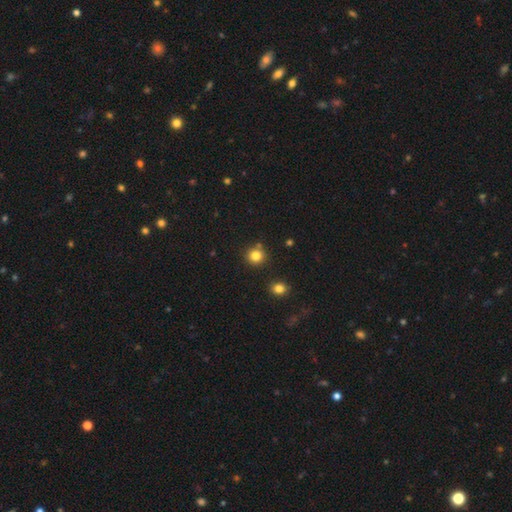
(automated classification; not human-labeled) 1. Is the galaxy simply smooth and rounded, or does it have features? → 82% smooth, 13% star or artifact, 6% featured or disk.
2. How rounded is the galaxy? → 92% round, 7% in between, 1% cigar-shaped.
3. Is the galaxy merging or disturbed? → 82% none, 8% minor disturbance, 7% merger, 2% major disturbance.